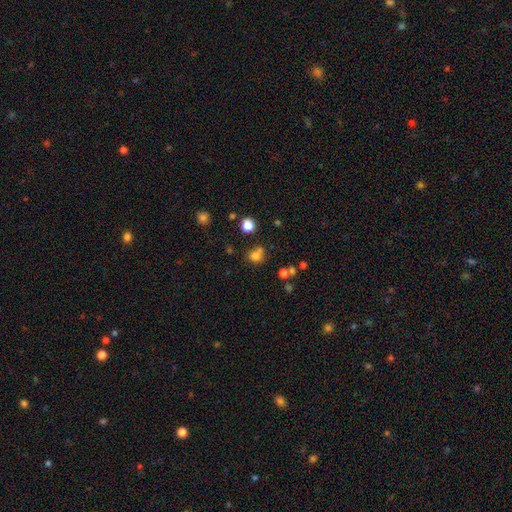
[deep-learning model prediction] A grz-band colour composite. It shows a smooth galaxy with no disk features (75%) that is round (80%). Merging: none (59%).